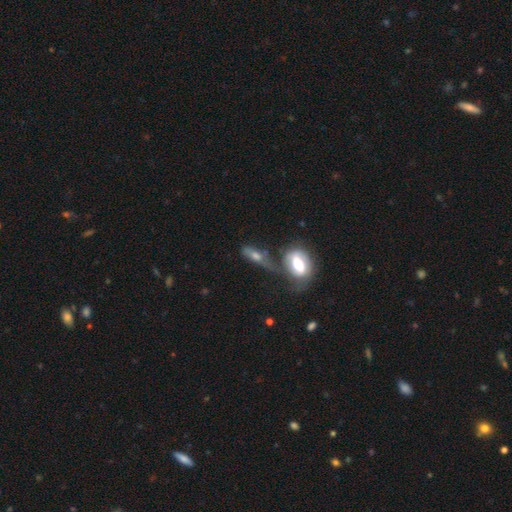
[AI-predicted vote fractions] smooth_or_featured: smooth (p=0.45) [alt: featured or disk p=0.44]
merging: none (p=0.35) [alt: merger p=0.31]